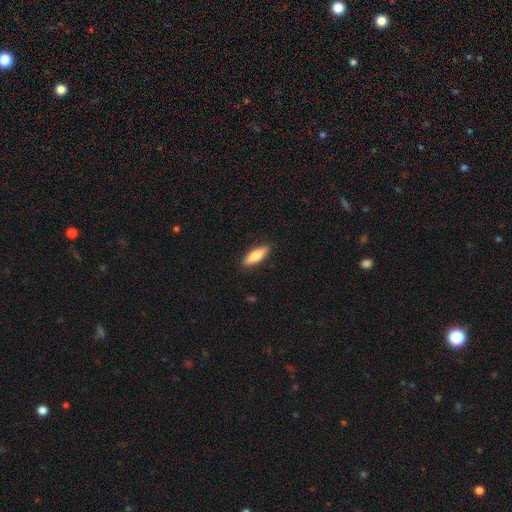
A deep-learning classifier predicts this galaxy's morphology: This appears to be a smooth galaxy with no disk features (75%) that is in between round and cigar-shaped (51%). Merging: none (89%).